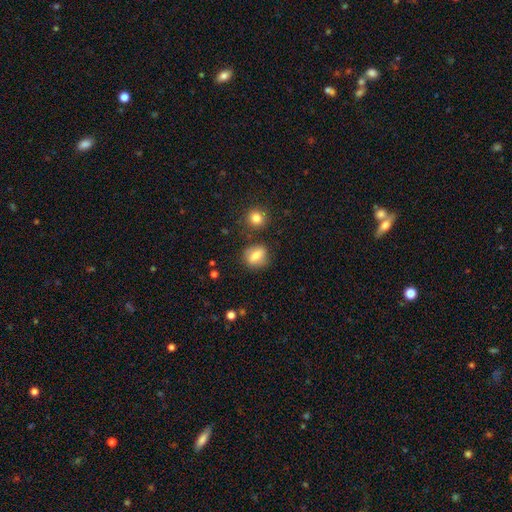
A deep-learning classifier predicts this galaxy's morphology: Overall: smooth (73%). How rounded: round (55%; in between 42%). Merging: none (79%).